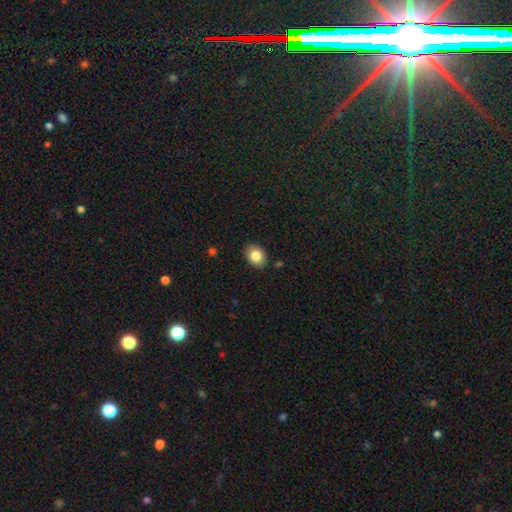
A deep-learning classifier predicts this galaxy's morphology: Overall: smooth (84%). How rounded: in between (63%; round 36%). Merging: none (88%).